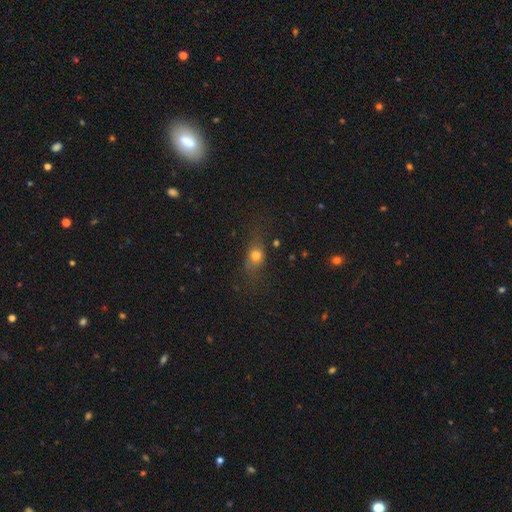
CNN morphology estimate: smooth 70%, featured or disk 16%, star or artifact 15%. Down the decision tree: how rounded — in between (47%); merging — none (64%).